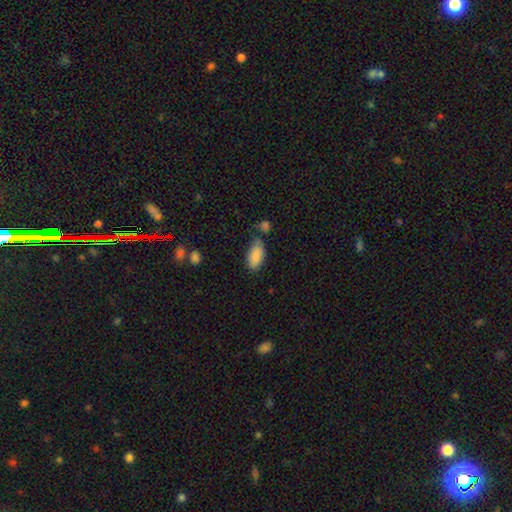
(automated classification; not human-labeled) Smooth or featured?
  - smooth: 88% *
  - star or artifact: 7%
  - featured or disk: 6%
How rounded?
  - in between: 92% *
  - cigar-shaped: 5%
  - round: 2%
Merging?
  - none: 63% *
  - minor disturbance: 23%
  - merger: 7%
  - major disturbance: 6%